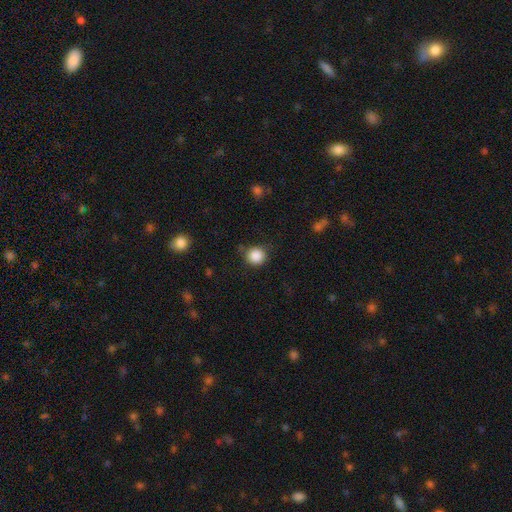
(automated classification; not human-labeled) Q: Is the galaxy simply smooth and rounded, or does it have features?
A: smooth — 87%.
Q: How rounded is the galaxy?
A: round — 92%.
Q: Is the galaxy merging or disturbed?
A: none — 80%.